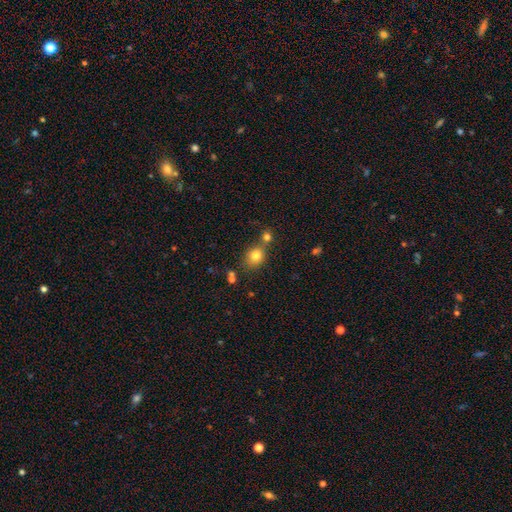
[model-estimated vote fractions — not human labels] Overall: smooth (79%). How rounded: round (67%; in between 32%). Merging: none (58%; merger 26%).